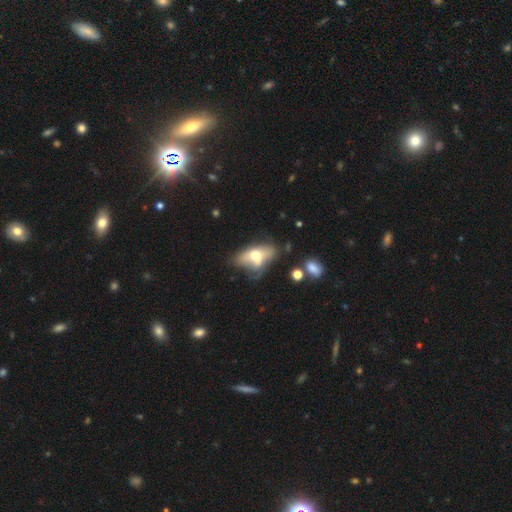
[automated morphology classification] This is possibly a smooth galaxy (53%). How rounded: clearly in between (85%). Merging: marginally none (32%).